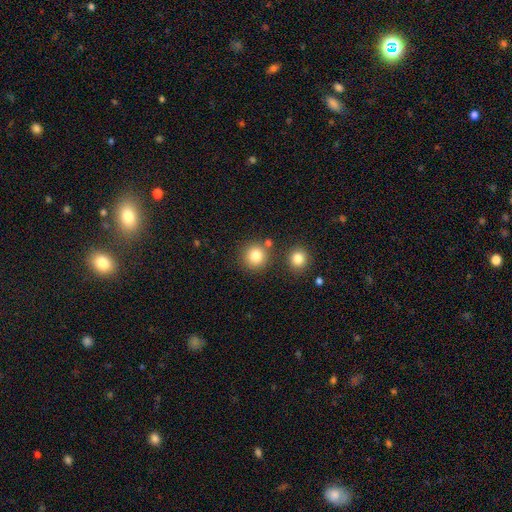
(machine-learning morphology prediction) Overall: smooth (83%). How rounded: round (93%). Merging: none (80%).